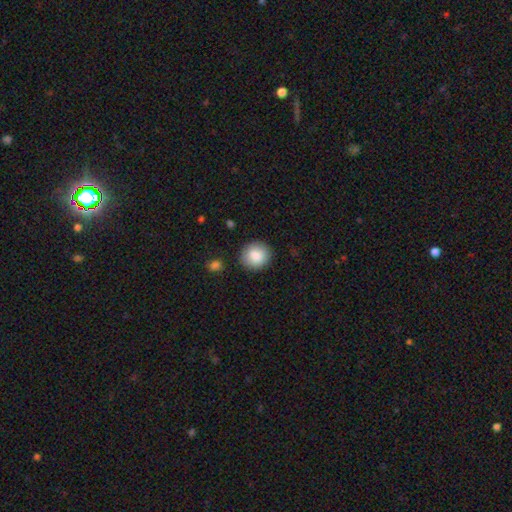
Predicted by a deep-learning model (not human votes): A smooth galaxy with no disk features (86%) that is round (85%).

Vote fractions:
- Smooth or featured? smooth: 86% / star or artifact: 7% / featured or disk: 6%
- How rounded? round: 85% / in between: 15% / cigar-shaped: 1%
- Merging? none: 85% / minor disturbance: 10% / major disturbance: 3% / merger: 2%